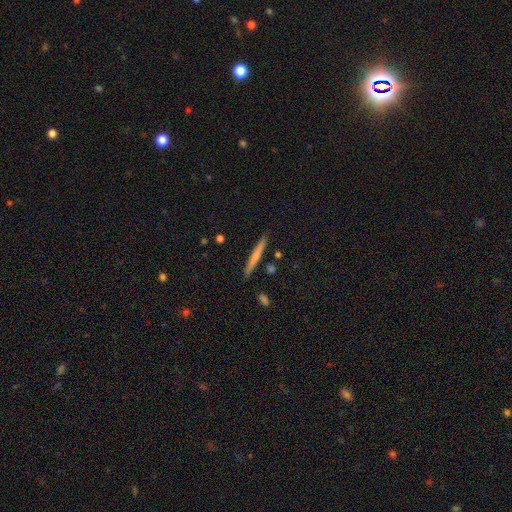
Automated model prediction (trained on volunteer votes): A smooth galaxy with no disk features (58%) that is cigar-shaped (96%).

Vote fractions:
- Smooth or featured? smooth: 58% / featured or disk: 36% / star or artifact: 6%
- How rounded? cigar-shaped: 96% / in between: 3% / round: 2%
- Merging? none: 88% / minor disturbance: 8% / merger: 3% / major disturbance: 2%